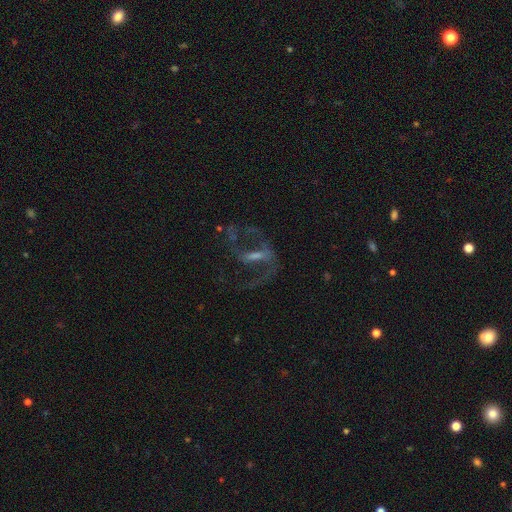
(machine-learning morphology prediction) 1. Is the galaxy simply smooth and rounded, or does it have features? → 77% featured or disk, 13% star or artifact, 11% smooth.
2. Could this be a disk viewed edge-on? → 93% no, 7% yes.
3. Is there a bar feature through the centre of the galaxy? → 45% strong, 38% weak, 18% no.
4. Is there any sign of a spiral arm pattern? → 78% yes, 22% no.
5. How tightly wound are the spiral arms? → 47% loose, 42% medium, 11% tight.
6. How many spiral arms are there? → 79% 2, 9% can't tell, 7% 1, 2% 3, 1% 4, 1% more than 4.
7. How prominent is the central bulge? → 39% small, 29% moderate, 26% none, 5% large, 2% dominant.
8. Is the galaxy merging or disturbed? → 54% none, 29% major disturbance, 13% minor disturbance, 4% merger.